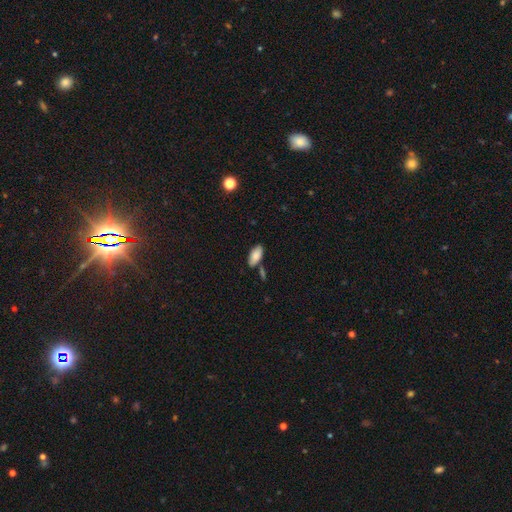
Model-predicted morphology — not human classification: Smooth or featured: smooth — 85% (featured or disk — 8%)
How rounded: in between — 91% (cigar-shaped — 7%)
Merging: none — 75% (minor disturbance — 14%)